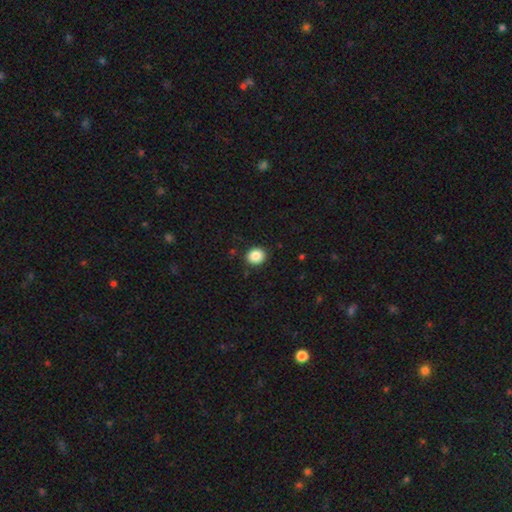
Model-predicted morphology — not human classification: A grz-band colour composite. It shows a smooth galaxy with no disk features (87%) that is round (73%). Merging: none (90%).